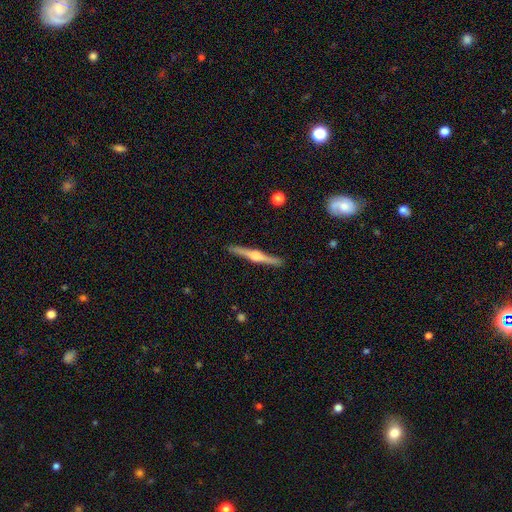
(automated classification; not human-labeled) Smooth or featured? featured or disk (80%)
Edge-on disk? yes (98%)
Edge-on bulge? rounded (92%)
Merging? none (91%)